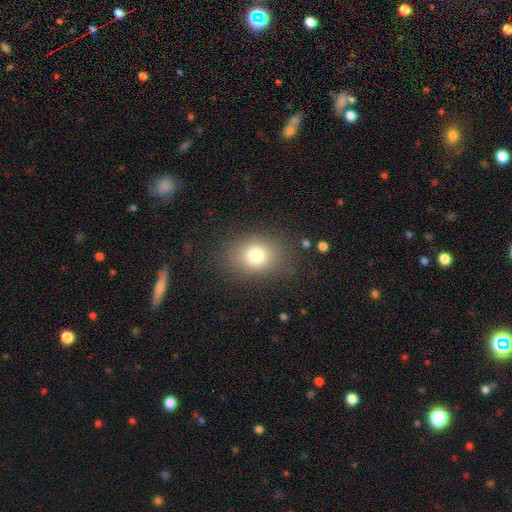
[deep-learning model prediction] This is likely a smooth galaxy (76%). How rounded: possibly in between (52%). Merging: clearly none (83%).